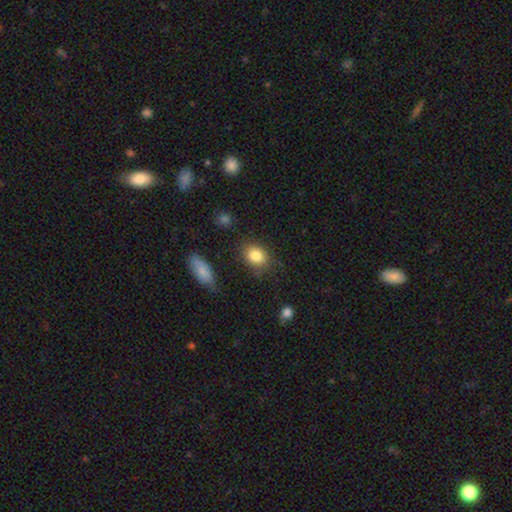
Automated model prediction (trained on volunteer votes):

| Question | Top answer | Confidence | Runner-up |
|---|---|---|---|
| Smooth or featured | smooth | 84% | star or artifact (9%) |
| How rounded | in between | 52% | round (47%) |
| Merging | none | 77% | minor disturbance (15%) |